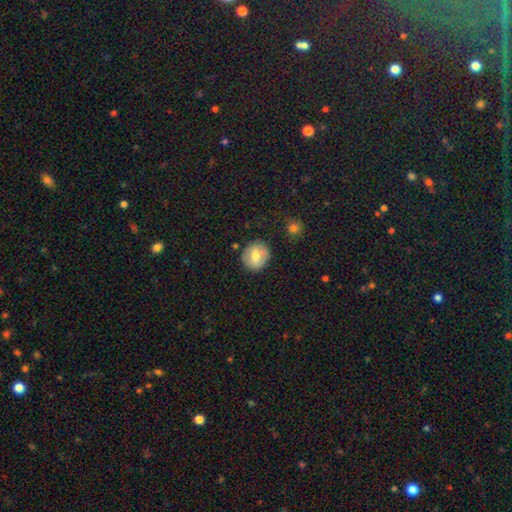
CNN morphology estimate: Smooth or featured? Predicted: smooth (p=0.70). How rounded? Predicted: round (p=0.78). Merging? Predicted: none (p=0.81).